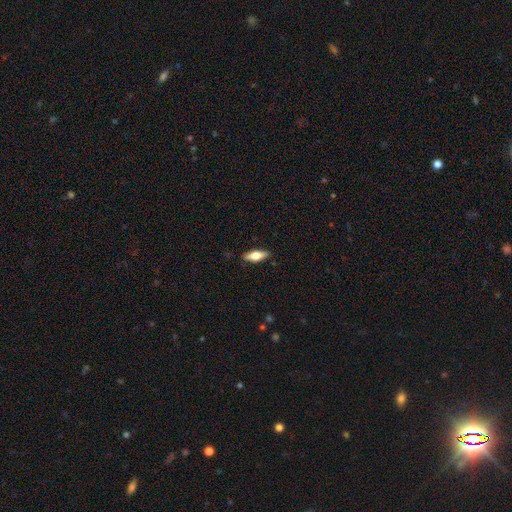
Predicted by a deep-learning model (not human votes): smooth 62%, featured or disk 32%, star or artifact 6%. Down the decision tree: how rounded — in between (61%); merging — none (87%).